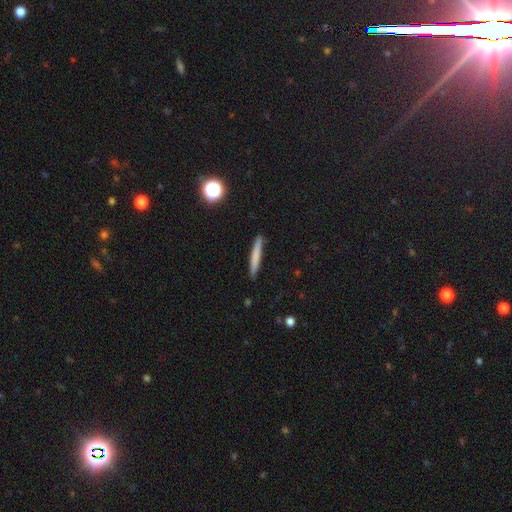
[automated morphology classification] type=smooth (73%); roundness=cigar-shaped (95%); merging=none (90%).